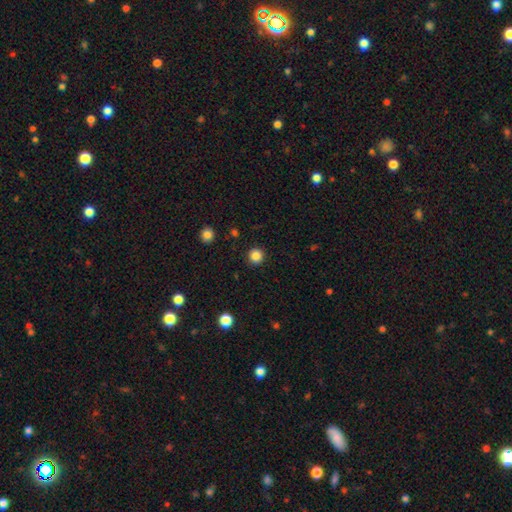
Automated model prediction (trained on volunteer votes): smooth 85%, star or artifact 11%, featured or disk 3%. Down the decision tree: how rounded — round (94%); merging — none (92%).